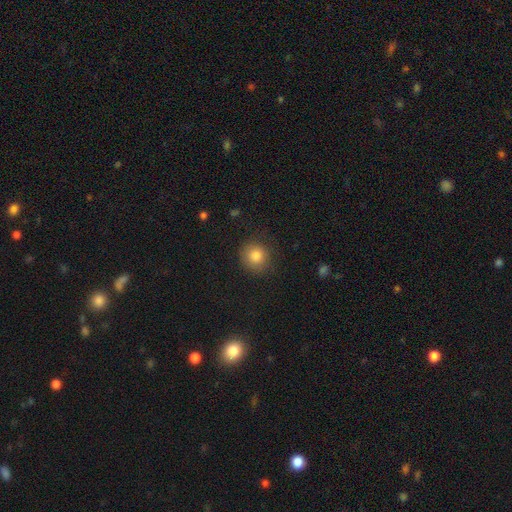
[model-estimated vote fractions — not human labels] A smooth galaxy with no disk features (83%) that is round (91%).

Vote fractions:
- Smooth or featured? smooth: 83% / star or artifact: 11% / featured or disk: 6%
- How rounded? round: 91% / in between: 8% / cigar-shaped: 1%
- Merging? none: 84% / minor disturbance: 11% / major disturbance: 4% / merger: 1%